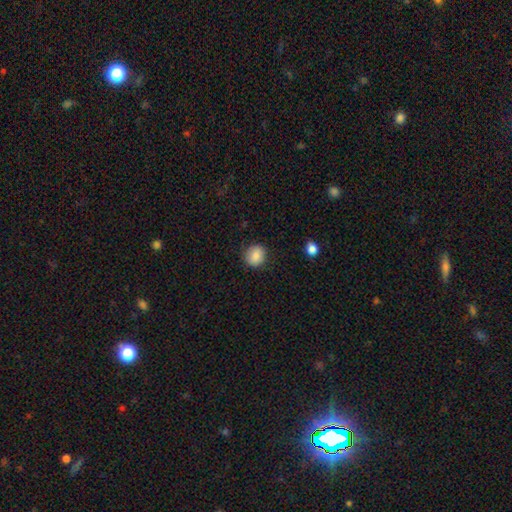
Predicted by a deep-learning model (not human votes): Smooth or featured? Predicted: smooth (p=0.86). How rounded? Predicted: round (p=0.80). Merging? Predicted: none (p=0.84).